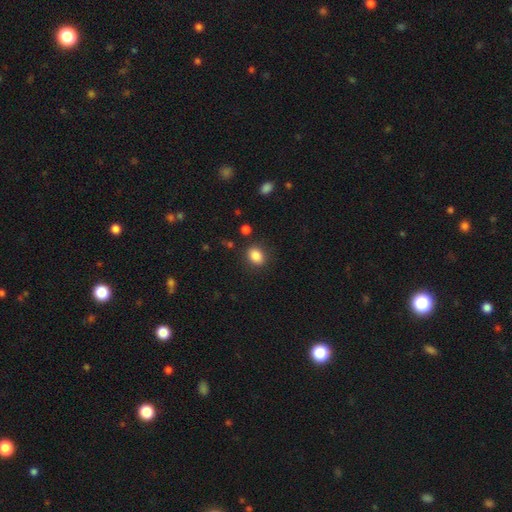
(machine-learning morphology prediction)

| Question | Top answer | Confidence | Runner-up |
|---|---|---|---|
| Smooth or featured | smooth | 86% | star or artifact (9%) |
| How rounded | in between | 64% | round (35%) |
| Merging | none | 86% | minor disturbance (9%) |